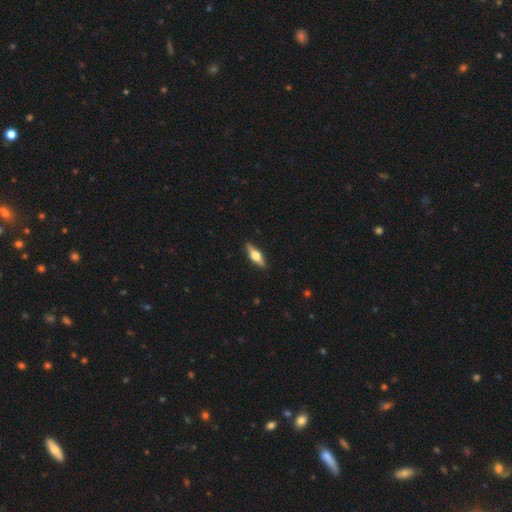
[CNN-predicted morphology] Smooth or featured? Predicted: featured or disk (p=0.57). Edge-on disk? Predicted: yes (p=0.94). Edge-on bulge? Predicted: rounded (p=0.94). Merging? Predicted: none (p=0.90).